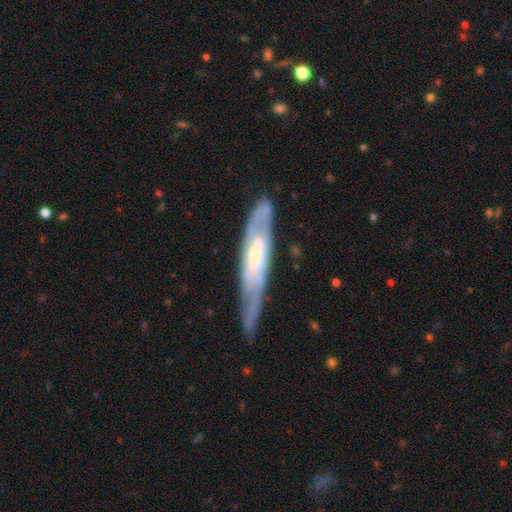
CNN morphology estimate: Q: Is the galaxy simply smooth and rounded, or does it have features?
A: featured or disk — 71%.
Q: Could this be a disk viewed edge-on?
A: no — 55%.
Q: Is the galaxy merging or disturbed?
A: none — 64%.